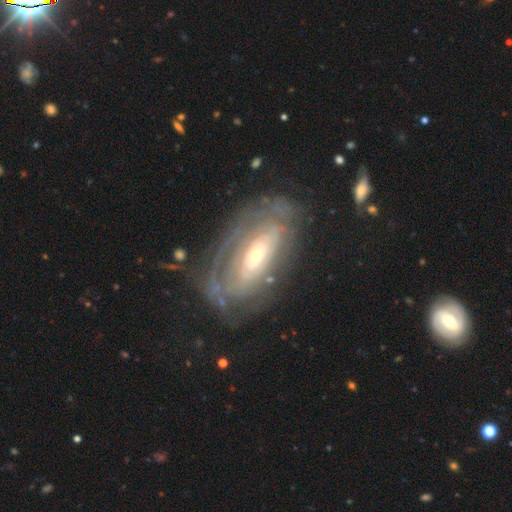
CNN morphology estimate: Smooth or featured? Predicted: featured or disk (p=0.78). Edge-on disk? Predicted: no (p=0.90). Bar? Predicted: no (p=0.59). Spiral arms? Predicted: yes (p=0.68). Bulge size? Predicted: small (p=0.62). Merging? Predicted: none (p=0.66).